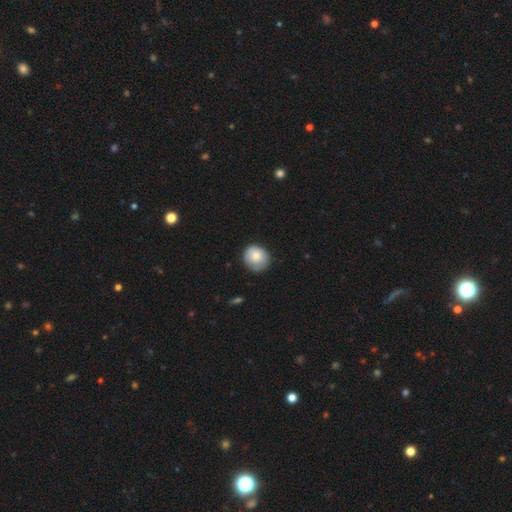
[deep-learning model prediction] Morphology: type=smooth (80%); roundness=round (85%); merging=none (75%).